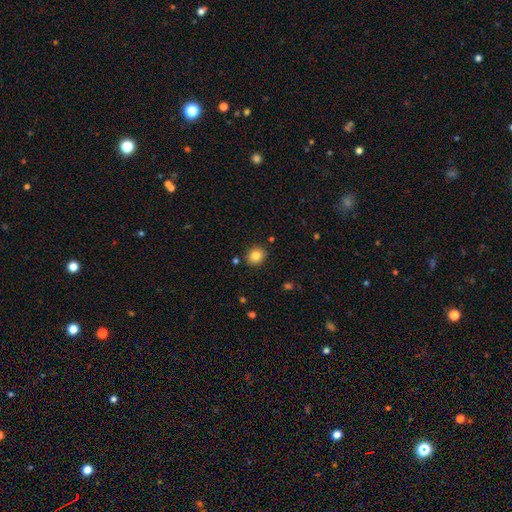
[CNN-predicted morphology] The model was most divided on "how rounded": round: 65%, in between: 34%, cigar-shaped: 1%. More confident: merging — none (87%); smooth or featured — smooth (83%).